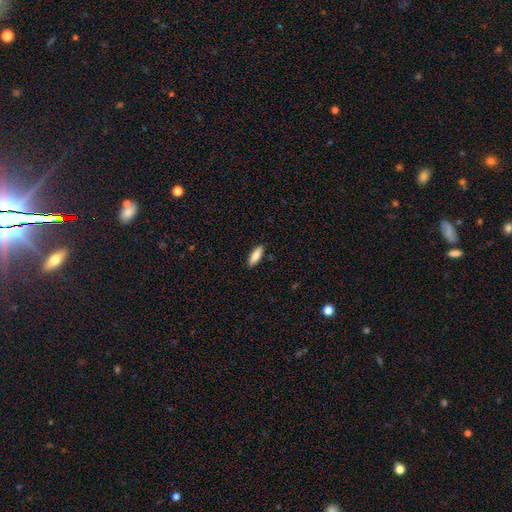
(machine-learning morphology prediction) smooth 85%, featured or disk 9%, star or artifact 6%. Down the decision tree: how rounded — in between (59%); merging — none (89%).